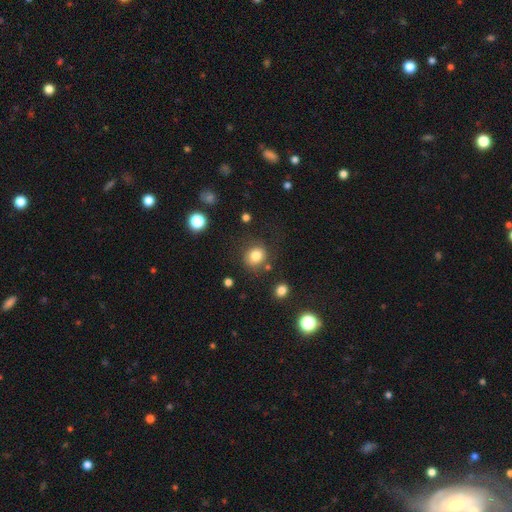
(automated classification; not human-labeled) Smooth or featured? smooth (81%)
How rounded? round (78%)
Merging? none (76%)